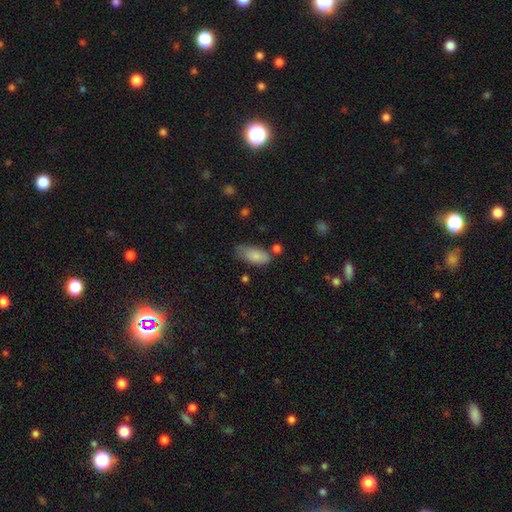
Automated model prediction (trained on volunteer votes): smooth 81%, featured or disk 12%, star or artifact 7%. Down the decision tree: how rounded — in between (88%); merging — none (53%).